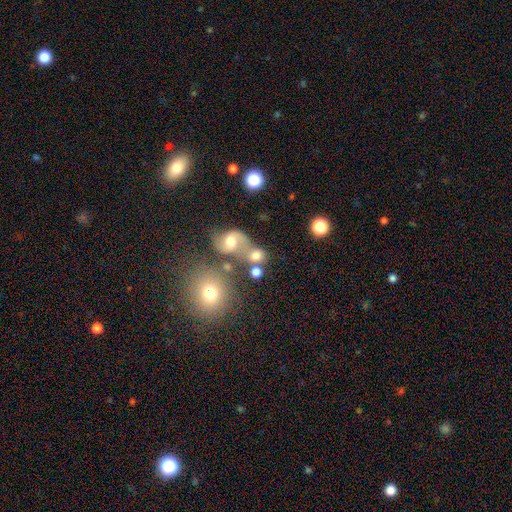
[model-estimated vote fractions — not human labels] A smooth galaxy with no disk features (64%) that is round (68%). Merging: merger (43%).